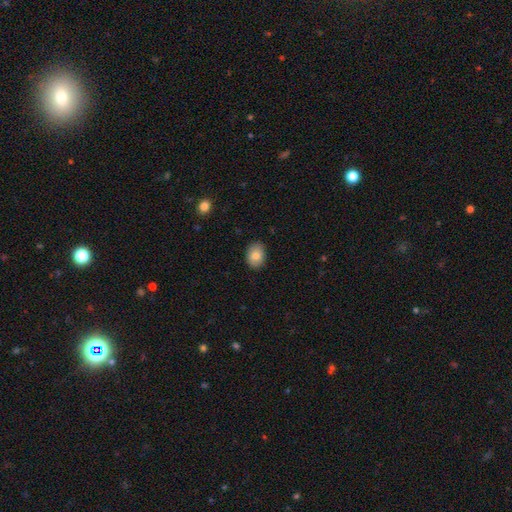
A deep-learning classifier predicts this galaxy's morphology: smooth-or-featured: smooth: 83% | featured or disk: 10% | star or artifact: 7%
  how-rounded: in between: 72% | round: 27% | cigar-shaped: 1%
  merging: none: 87% | minor disturbance: 10% | major disturbance: 2% | merger: 1%